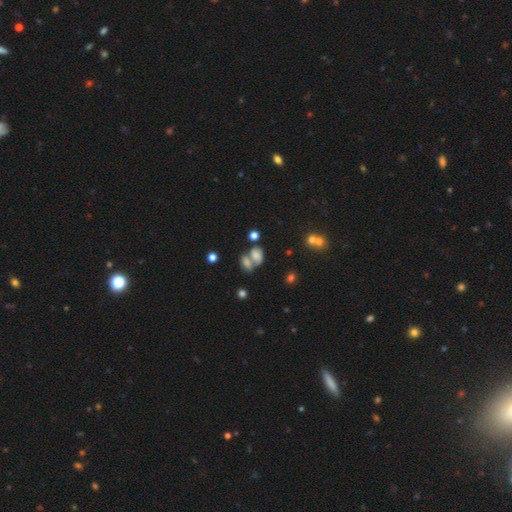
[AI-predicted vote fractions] This is likely a smooth galaxy (62%). How rounded: likely in between (74%). Merging: possibly merger (53%).